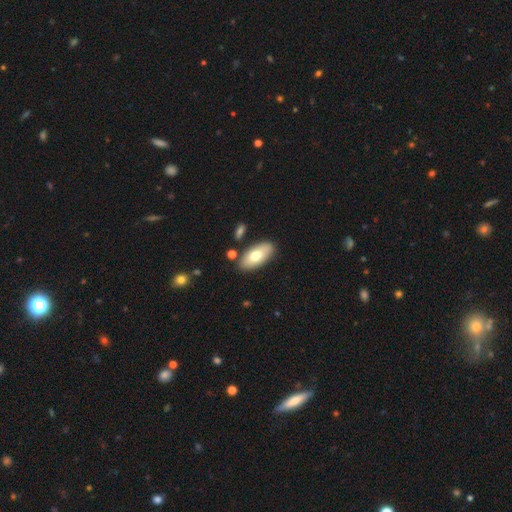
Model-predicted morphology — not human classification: Overall: smooth (71%). How rounded: in between (90%). Merging: none (82%).